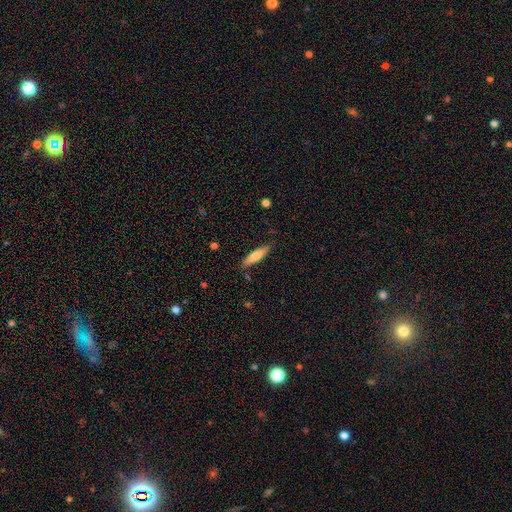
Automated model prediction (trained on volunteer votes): Smooth or featured: smooth — 67% (featured or disk — 27%)
How rounded: cigar-shaped — 81% (in between — 18%)
Merging: none — 83% (minor disturbance — 13%)